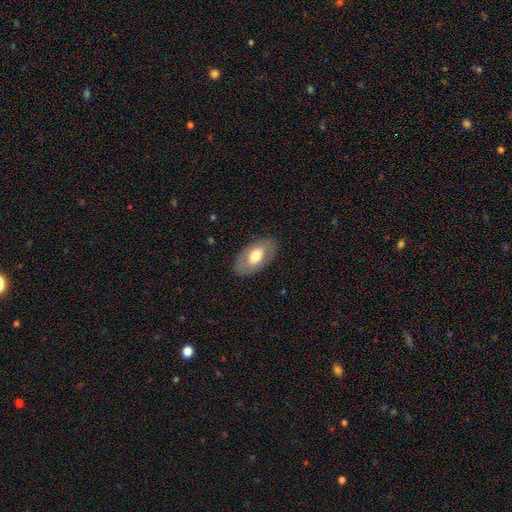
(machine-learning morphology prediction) Smooth or featured? smooth (60%)
How rounded? in between (93%)
Merging? none (83%)